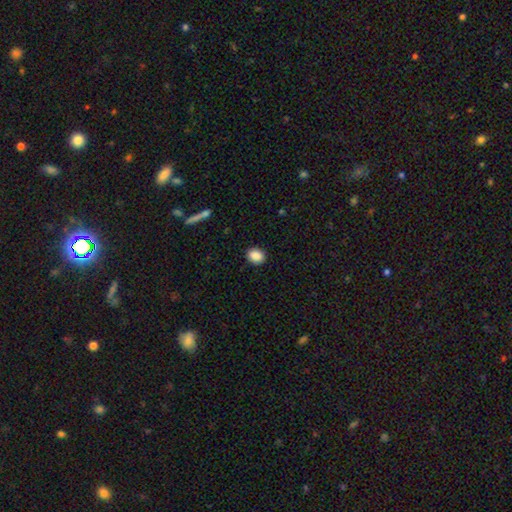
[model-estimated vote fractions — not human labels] A smooth galaxy with no disk features (89%) that is in between round and cigar-shaped (52%). Merging: none (90%).